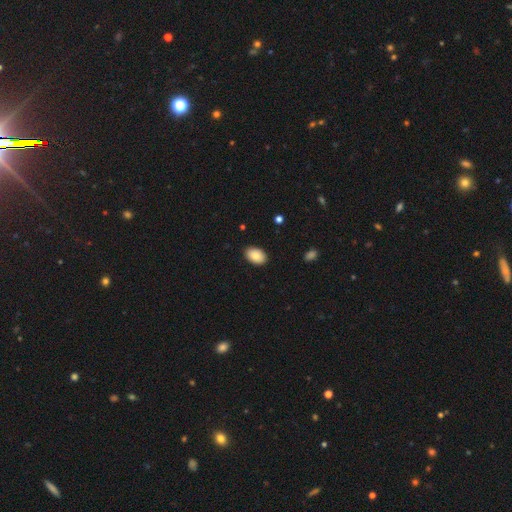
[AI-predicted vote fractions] Smooth or featured: smooth — 86% (star or artifact — 7%)
How rounded: in between — 89% (round — 10%)
Merging: none — 88% (minor disturbance — 9%)